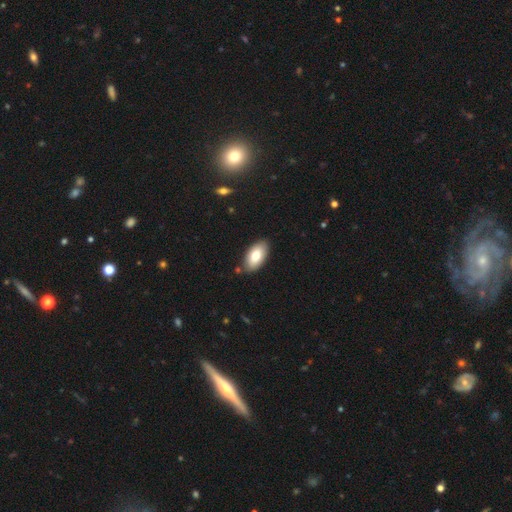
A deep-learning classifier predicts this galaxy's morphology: This appears to be a smooth galaxy with no disk features (78%) that is in between round and cigar-shaped (95%). Merging: none (84%).